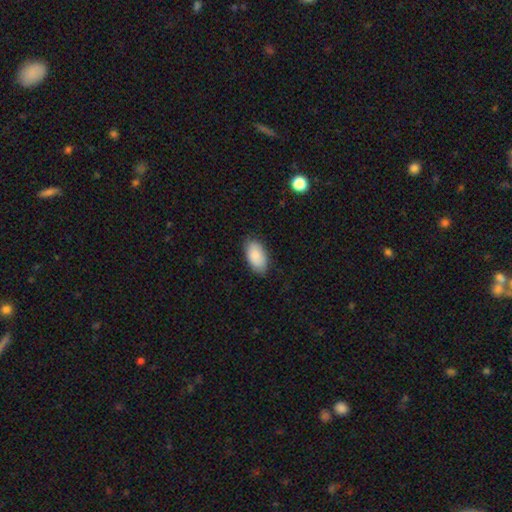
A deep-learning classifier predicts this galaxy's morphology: smooth 87%, featured or disk 7%, star or artifact 6%. Down the decision tree: how rounded — in between (95%); merging — none (84%).